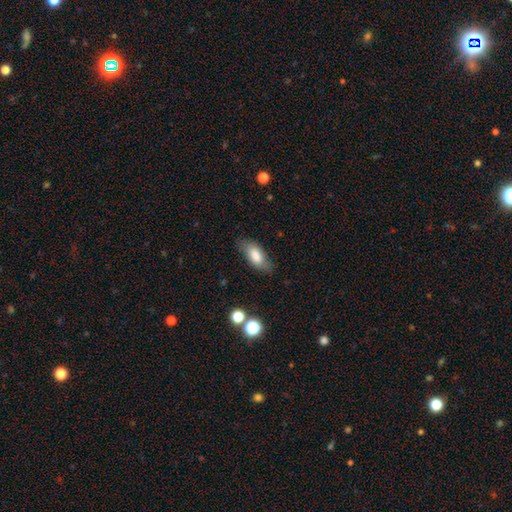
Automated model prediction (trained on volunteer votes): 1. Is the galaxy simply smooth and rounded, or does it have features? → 77% smooth, 16% featured or disk, 7% star or artifact.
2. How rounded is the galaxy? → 82% in between, 16% cigar-shaped, 3% round.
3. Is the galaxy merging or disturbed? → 78% none, 16% minor disturbance, 5% major disturbance, 2% merger.